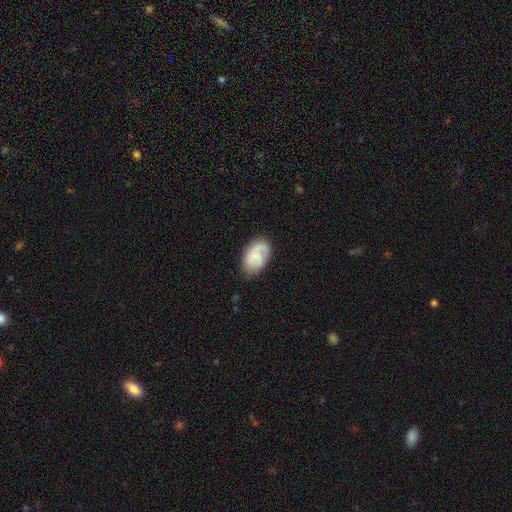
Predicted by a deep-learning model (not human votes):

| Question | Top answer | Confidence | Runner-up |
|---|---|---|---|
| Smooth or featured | smooth | 58% | featured or disk (35%) |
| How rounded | in between | 88% | round (11%) |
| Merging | none | 67% | minor disturbance (23%) |